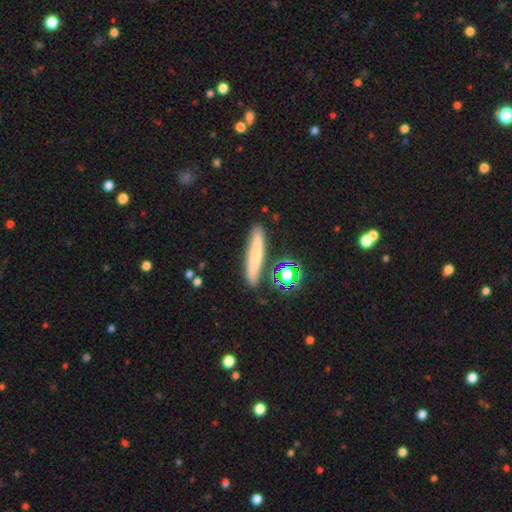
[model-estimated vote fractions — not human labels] Smooth or featured: smooth — 63% (featured or disk — 25%)
How rounded: cigar-shaped — 87% (in between — 9%)
Merging: none — 82% (minor disturbance — 11%)